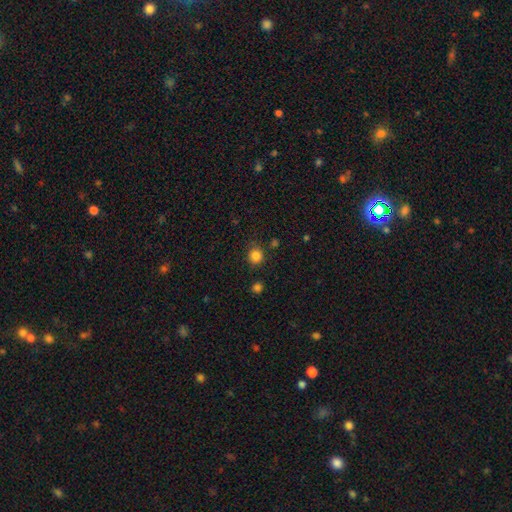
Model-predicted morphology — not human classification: This appears to be a smooth galaxy with no disk features (83%) that is round (89%). Merging: none (85%).